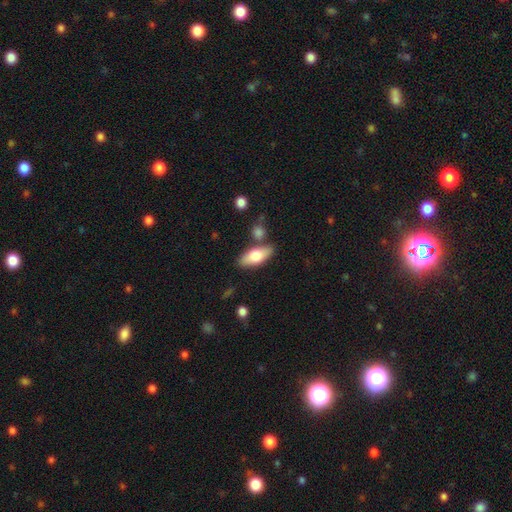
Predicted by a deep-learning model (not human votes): The model was most divided on "smooth or featured": smooth: 69%, featured or disk: 25%, star or artifact: 6%. More confident: how rounded — in between (77%); merging — none (77%).